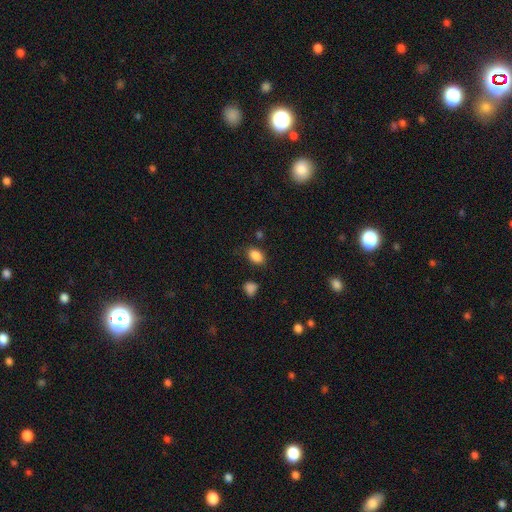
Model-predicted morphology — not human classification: smooth-or-featured: smooth: 87% | star or artifact: 9% | featured or disk: 4%
  how-rounded: in between: 84% | round: 15% | cigar-shaped: 1%
  merging: none: 80% | minor disturbance: 13% | major disturbance: 4% | merger: 3%